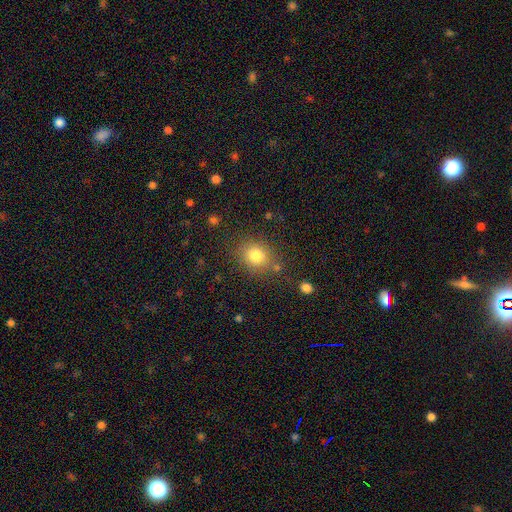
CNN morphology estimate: The model was most divided on "how rounded": round: 67%, in between: 32%, cigar-shaped: 1%. More confident: smooth or featured — smooth (80%); merging — none (77%).